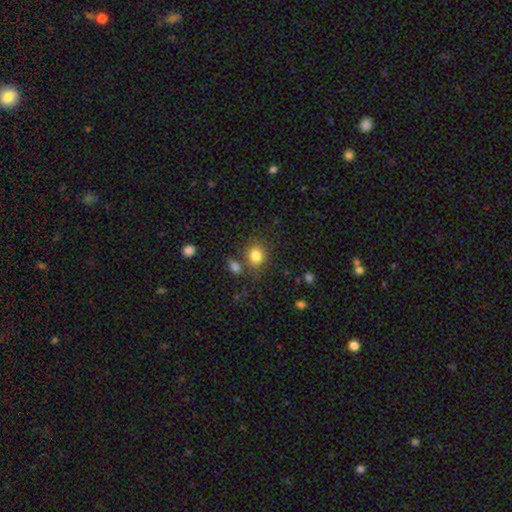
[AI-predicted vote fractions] smooth-or-featured: smooth: 82% | star or artifact: 10% | featured or disk: 7%
  how-rounded: round: 65% | in between: 34% | cigar-shaped: 1%
  merging: none: 70% | minor disturbance: 13% | merger: 12% | major disturbance: 5%